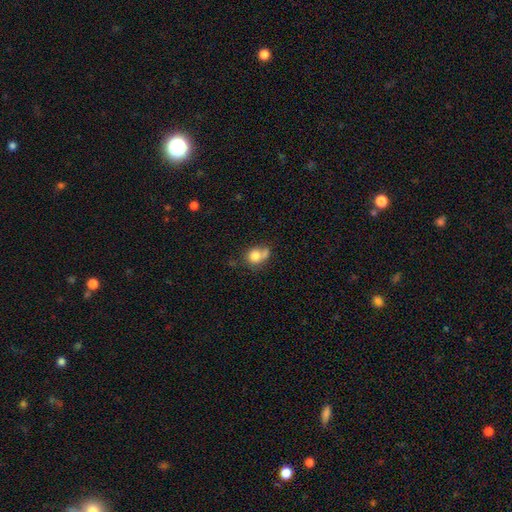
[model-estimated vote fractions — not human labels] Smooth or featured? Predicted: smooth (p=0.78). How rounded? Predicted: round (p=0.70). Merging? Predicted: none (p=0.39).